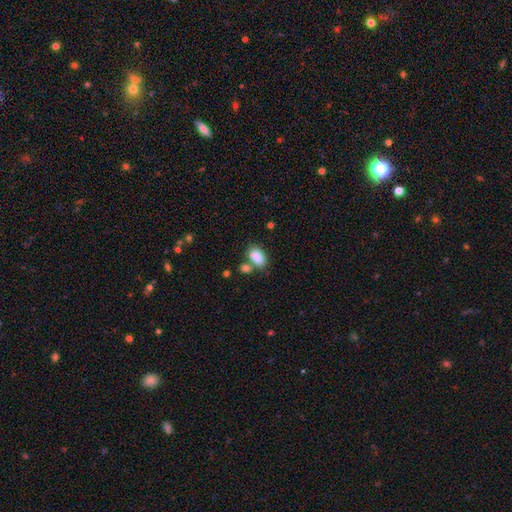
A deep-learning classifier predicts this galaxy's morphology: A smooth galaxy with no disk features (85%) that is in between round and cigar-shaped (88%). Merging: none (57%).